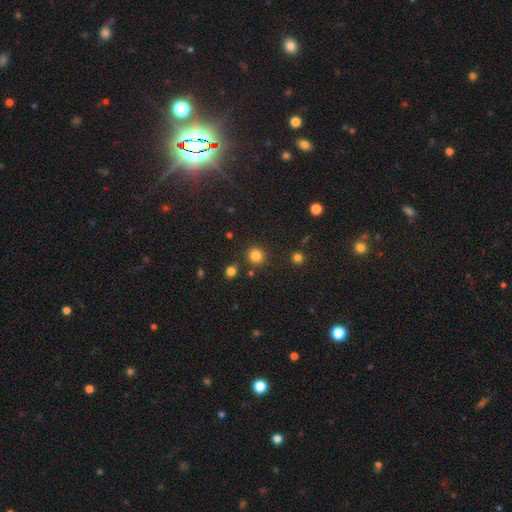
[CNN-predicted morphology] Smooth or featured?
  - smooth: 82% *
  - star or artifact: 13%
  - featured or disk: 4%
How rounded?
  - round: 91% *
  - in between: 9%
  - cigar-shaped: 1%
Merging?
  - none: 86% *
  - minor disturbance: 7%
  - merger: 5%
  - major disturbance: 3%